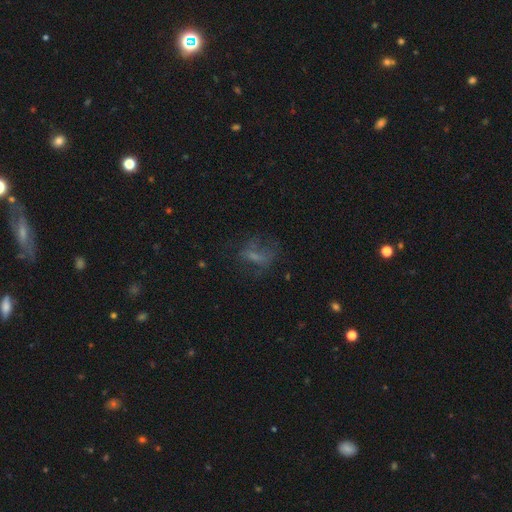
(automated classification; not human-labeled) This appears to be a smooth galaxy with no disk features (41%). Merging: none (45%).